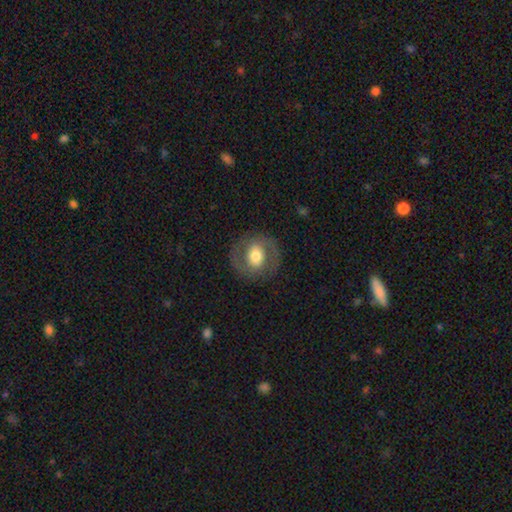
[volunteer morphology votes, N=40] smooth 57%, featured or disk 35%, star or artifact 8%. Down the decision tree: how rounded — round (83%); merging — none (86%).